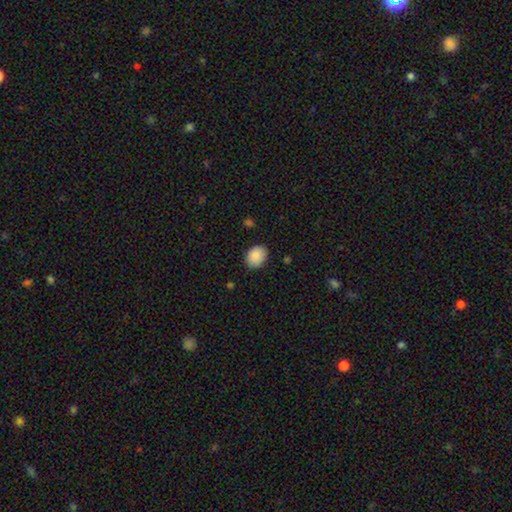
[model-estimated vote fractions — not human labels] smooth-or-featured: smooth: 89% | star or artifact: 7% | featured or disk: 3%
  how-rounded: in between: 61% | round: 38% | cigar-shaped: 1%
  merging: none: 84% | minor disturbance: 12% | major disturbance: 2% | merger: 1%